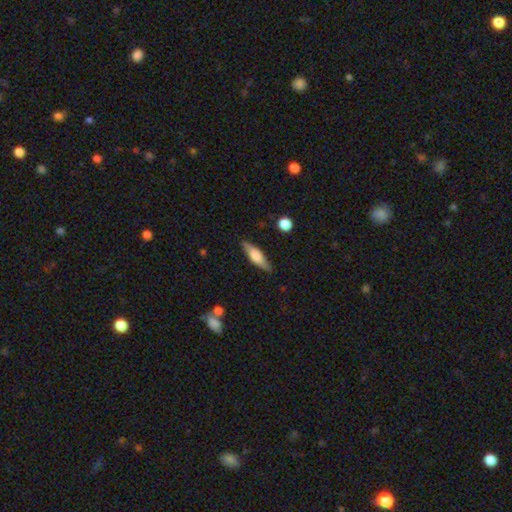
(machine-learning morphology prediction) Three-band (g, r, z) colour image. It shows a smooth galaxy with no disk features (61%) that is cigar-shaped (56%). Merging: none (84%).